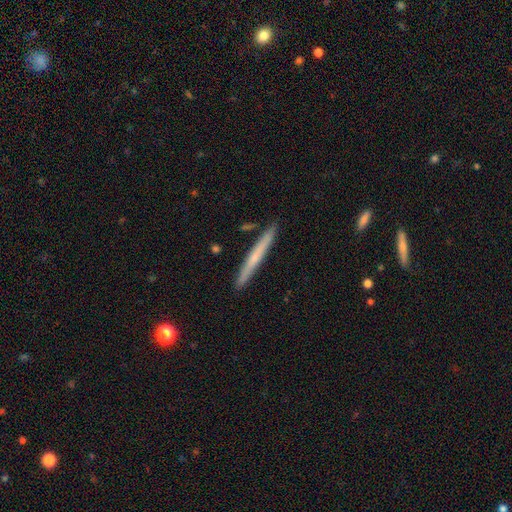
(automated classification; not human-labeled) This is possibly a smooth galaxy (53%). How rounded: clearly cigar-shaped (97%). Merging: clearly none (90%).